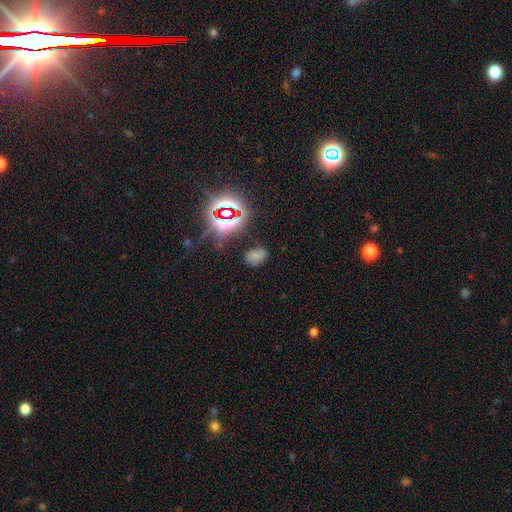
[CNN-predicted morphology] Overall: smooth (60%; star or artifact 30%). How rounded: in between (82%). Merging: none (70%).